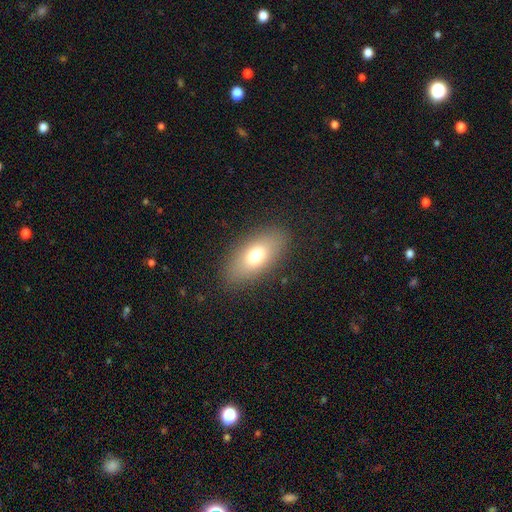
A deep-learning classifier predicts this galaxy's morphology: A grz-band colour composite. It shows a smooth galaxy with no disk features (72%) that is in between round and cigar-shaped (87%). Merging: none (86%).